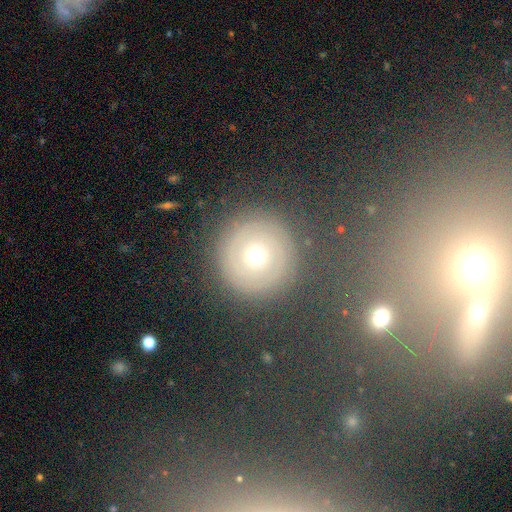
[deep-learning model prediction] The model was most divided on "smooth or featured": featured or disk: 44%, smooth: 40%, star or artifact: 16%. More confident: merging — none (87%).